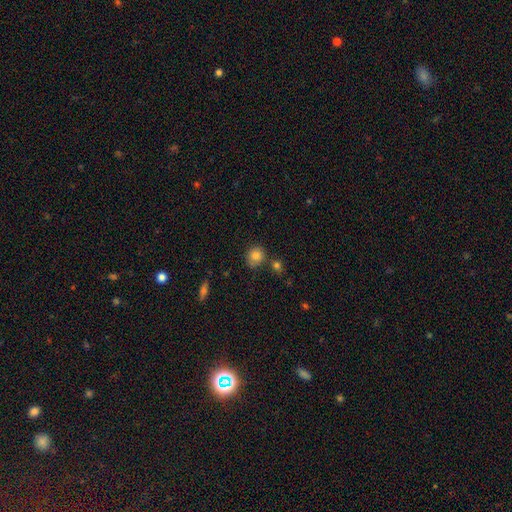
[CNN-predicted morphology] smooth_or_featured: smooth (p=0.83) [alt: star or artifact p=0.10]
how_rounded: round (p=0.79) [alt: in between p=0.19]
merging: none (p=0.71) [alt: minor disturbance p=0.16]